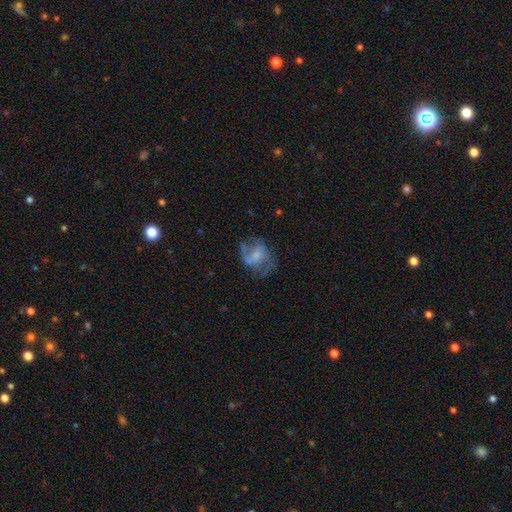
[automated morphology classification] This appears to be a featured or disk galaxy (61%) with no bar (51%), spiral arms (75%) and a small central bulge (37%). Merging: none (50%).